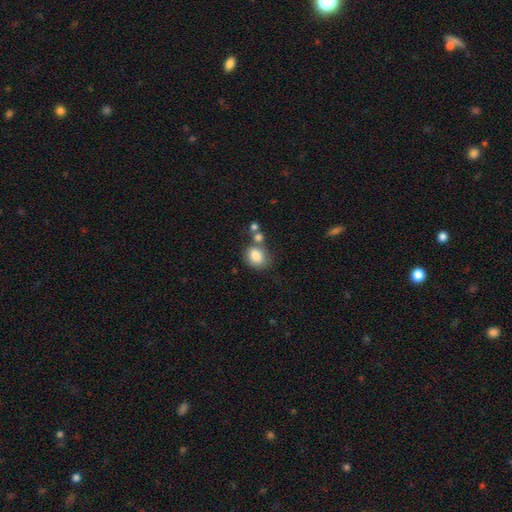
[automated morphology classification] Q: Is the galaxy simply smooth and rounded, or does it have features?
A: smooth — 83%.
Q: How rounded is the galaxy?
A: round — 56%.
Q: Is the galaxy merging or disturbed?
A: none — 52%.